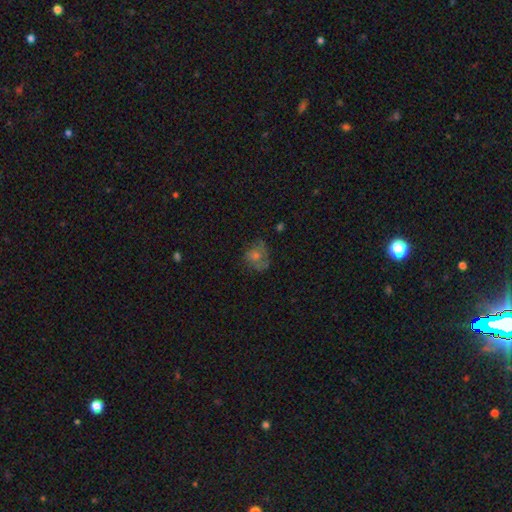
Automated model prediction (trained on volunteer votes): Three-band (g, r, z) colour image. It shows a featured or disk galaxy (41%, tied with smooth). Merging: none (56%).